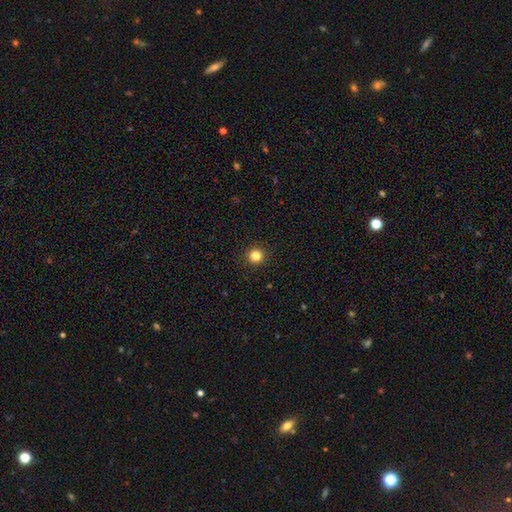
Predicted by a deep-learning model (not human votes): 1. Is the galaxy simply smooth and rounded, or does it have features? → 84% smooth, 12% star or artifact, 4% featured or disk.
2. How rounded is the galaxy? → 94% round, 5% in between, 1% cigar-shaped.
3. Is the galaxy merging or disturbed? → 93% none, 4% minor disturbance, 2% major disturbance, 1% merger.